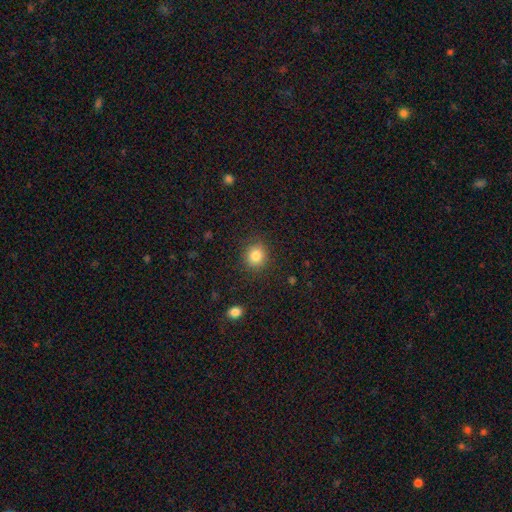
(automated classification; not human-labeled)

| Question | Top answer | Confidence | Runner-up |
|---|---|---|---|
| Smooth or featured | smooth | 83% | star or artifact (11%) |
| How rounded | round | 82% | in between (17%) |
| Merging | none | 87% | minor disturbance (9%) |